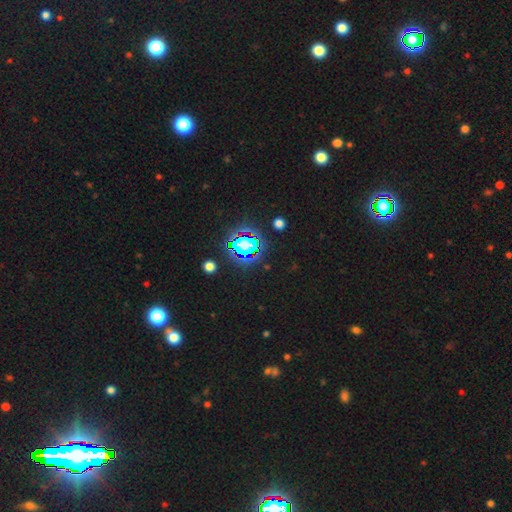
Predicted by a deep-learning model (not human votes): Overall: star or artifact (81%).